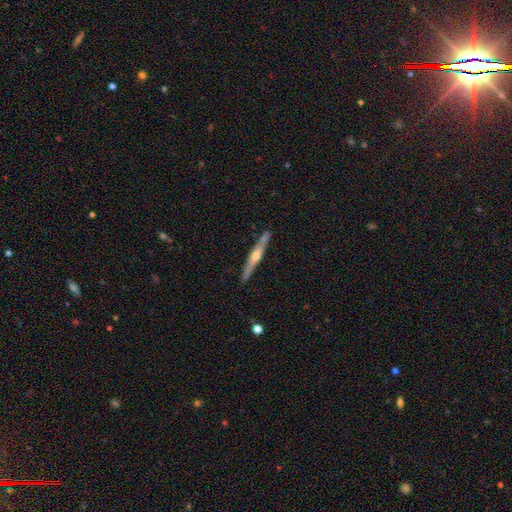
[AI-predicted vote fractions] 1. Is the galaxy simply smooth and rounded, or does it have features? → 70% featured or disk, 25% smooth, 6% star or artifact.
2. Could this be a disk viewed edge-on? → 97% yes, 3% no.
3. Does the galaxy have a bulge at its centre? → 85% rounded, 10% none, 5% boxy.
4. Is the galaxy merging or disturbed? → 88% none, 9% minor disturbance, 2% merger, 2% major disturbance.